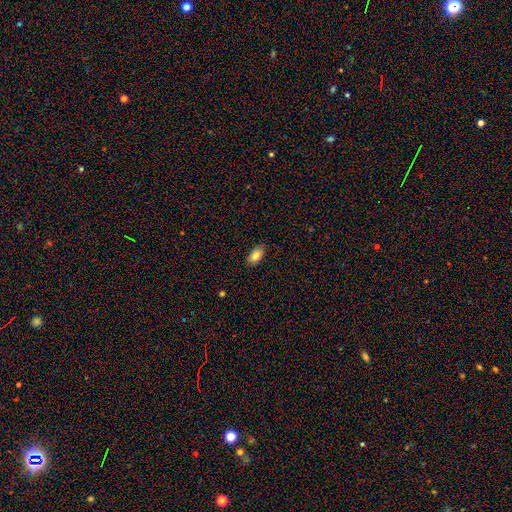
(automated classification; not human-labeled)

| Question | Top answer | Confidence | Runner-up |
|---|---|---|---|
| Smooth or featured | smooth | 82% | featured or disk (10%) |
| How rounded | in between | 93% | round (4%) |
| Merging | none | 86% | minor disturbance (11%) |